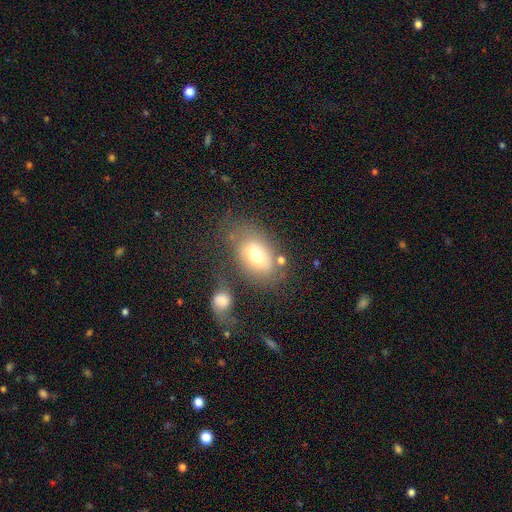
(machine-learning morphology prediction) Smooth or featured? smooth (68%)
How rounded? in between (80%)
Merging? none (53%)